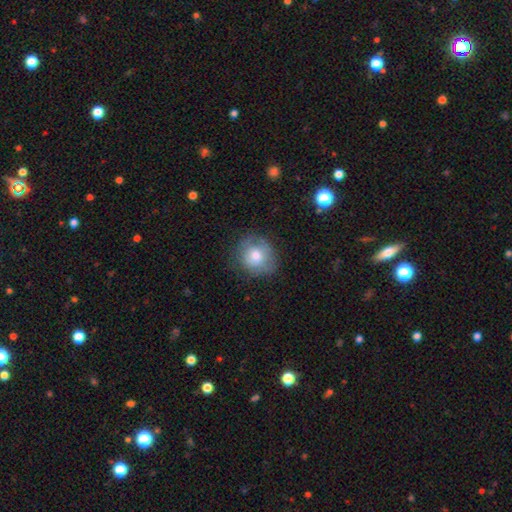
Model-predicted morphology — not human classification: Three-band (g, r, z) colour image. It shows a smooth galaxy with no disk features (70%) that is round (84%). Merging: none (69%).